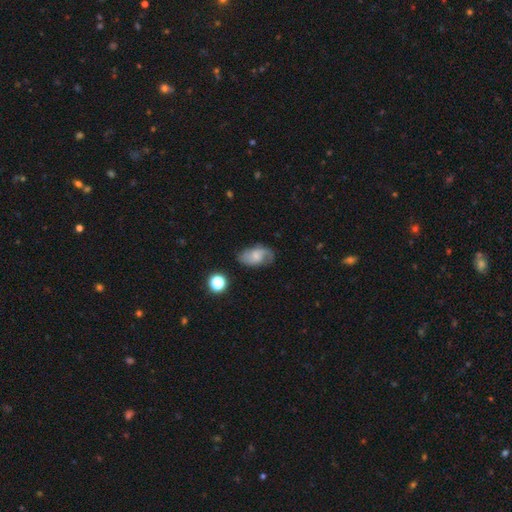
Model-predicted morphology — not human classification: Smooth or featured: featured or disk — 54% (smooth — 37%)
Edge-on disk: no — 96% (yes — 4%)
Bar: no — 53% (weak — 40%)
Spiral arms: yes — 88% (no — 12%)
Bulge size: small — 48% (moderate — 27%)
Merging: none — 68% (minor disturbance — 22%)